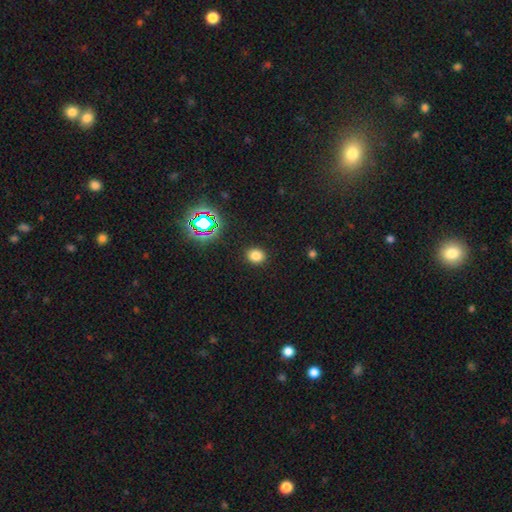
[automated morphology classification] smooth_or_featured: smooth (p=0.78) [alt: star or artifact p=0.17]
how_rounded: round (p=0.65) [alt: in between p=0.34]
merging: none (p=0.90) [alt: minor disturbance p=0.07]